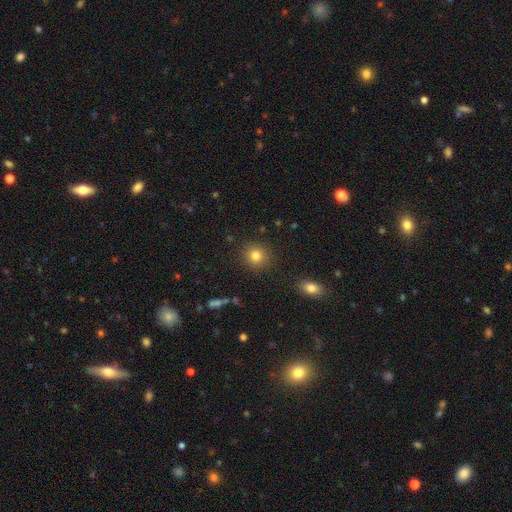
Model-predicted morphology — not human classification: smooth-or-featured: smooth: 82% | star or artifact: 12% | featured or disk: 6%
  how-rounded: round: 88% | in between: 11% | cigar-shaped: 1%
  merging: none: 89% | minor disturbance: 7% | major disturbance: 3% | merger: 2%